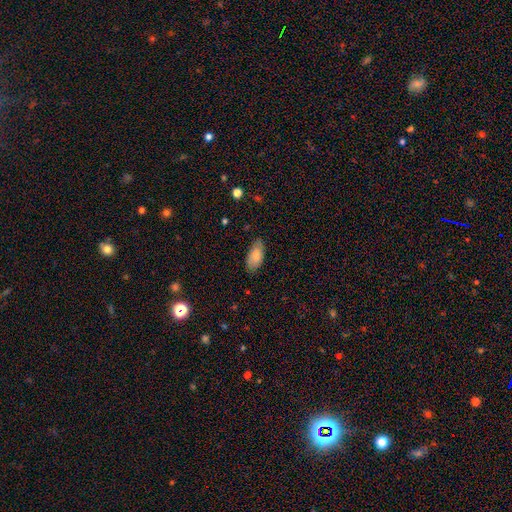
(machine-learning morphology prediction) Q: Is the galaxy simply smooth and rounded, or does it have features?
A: smooth — 78%.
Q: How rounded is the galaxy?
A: in between — 92%.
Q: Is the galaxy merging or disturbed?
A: none — 79%.